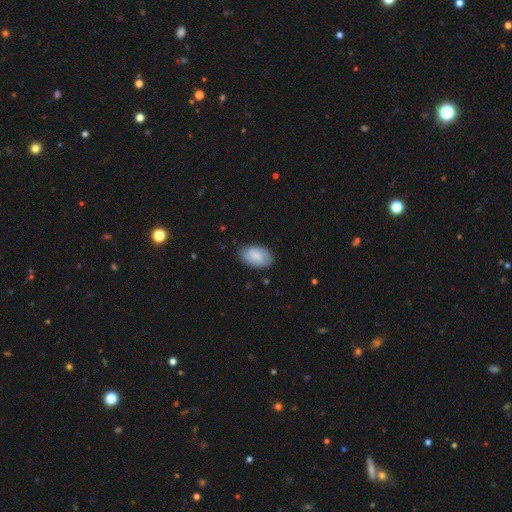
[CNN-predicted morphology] Smooth or featured? smooth (66%)
How rounded? in between (92%)
Merging? none (77%)